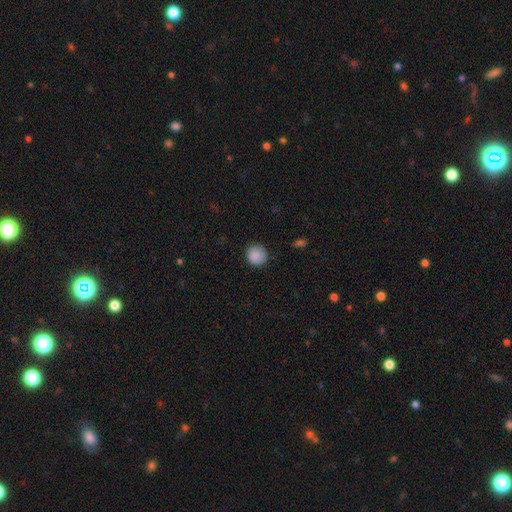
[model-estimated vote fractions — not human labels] This is clearly a smooth galaxy (88%). How rounded: clearly round (92%). Merging: clearly none (86%).